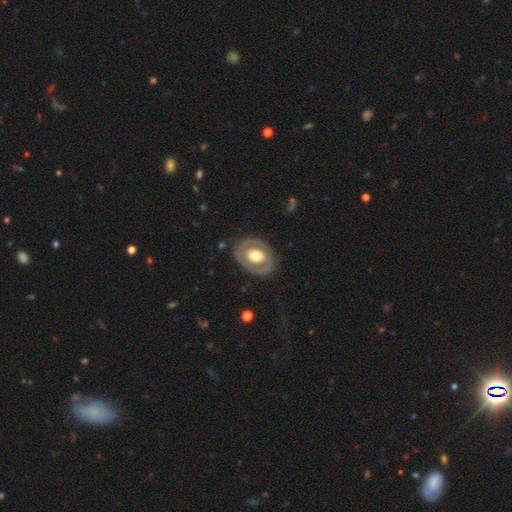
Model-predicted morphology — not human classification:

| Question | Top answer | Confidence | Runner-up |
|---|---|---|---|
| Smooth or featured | featured or disk | 59% | smooth (36%) |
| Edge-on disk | no | 94% | yes (6%) |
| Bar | no | 79% | weak (15%) |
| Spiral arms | no | 72% | yes (28%) |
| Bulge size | moderate | 51% | large (39%) |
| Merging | none | 79% | minor disturbance (13%) |